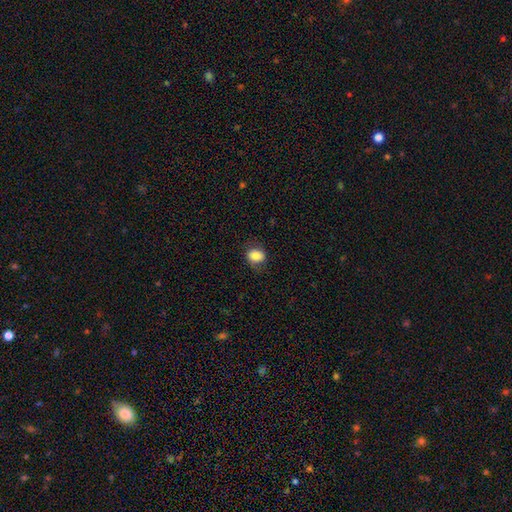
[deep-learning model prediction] This appears to be a smooth galaxy with no disk features (83%) that is round (50%). Merging: none (77%).